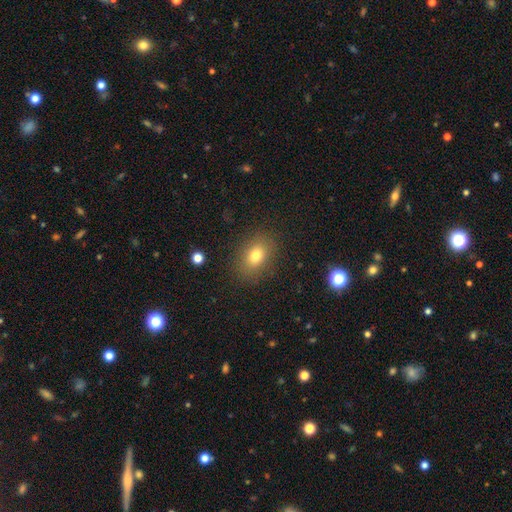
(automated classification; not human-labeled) A smooth galaxy with no disk features (77%) that is in between round and cigar-shaped (74%). Merging: none (85%).